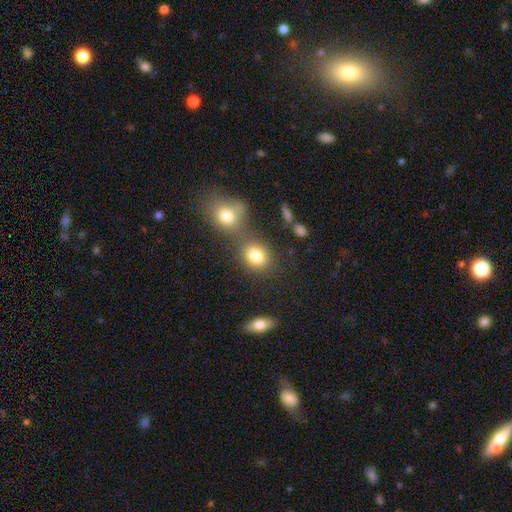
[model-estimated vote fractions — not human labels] A smooth galaxy with no disk features (81%) that is round (57%). Merging: none (47%).